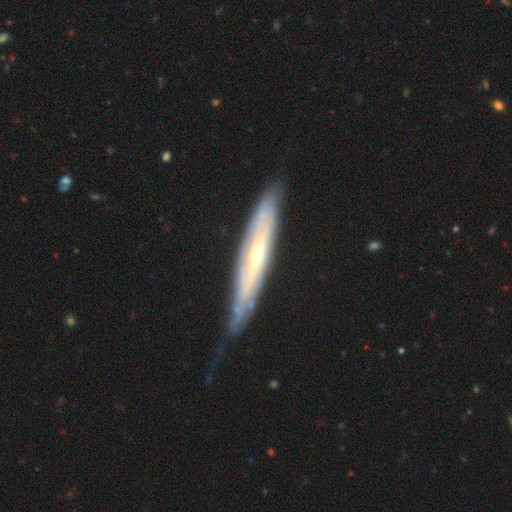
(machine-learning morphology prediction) smooth_or_featured: featured or disk (p=0.77) [alt: smooth p=0.18]
disk_edge_on: yes (p=0.58) [alt: no p=0.42]
merging: none (p=0.72) [alt: minor disturbance p=0.21]